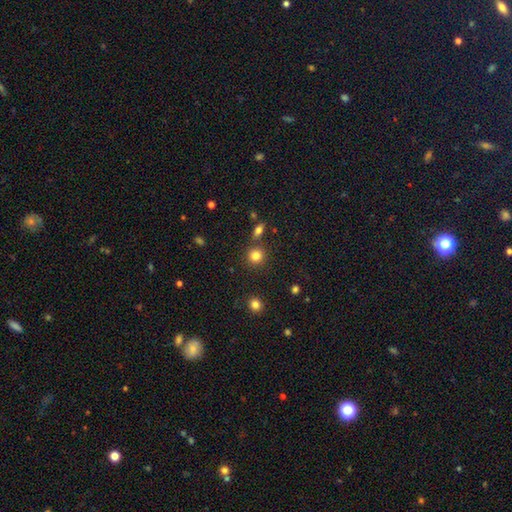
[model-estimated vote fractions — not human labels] Smooth or featured? smooth (82%)
How rounded? round (90%)
Merging? none (79%)